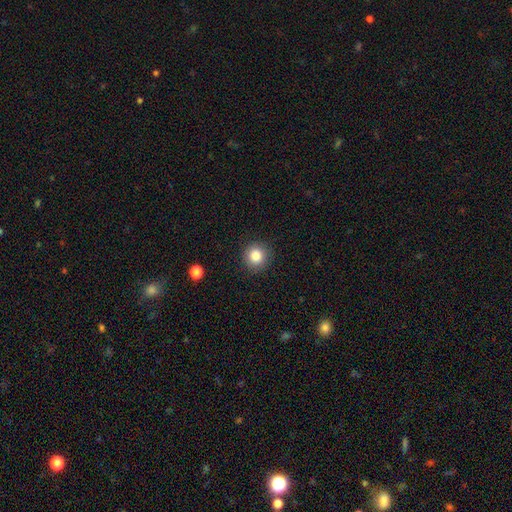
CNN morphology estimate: A smooth galaxy with no disk features (85%) that is round (93%).

Vote fractions:
- Smooth or featured? smooth: 85% / star or artifact: 10% / featured or disk: 5%
- How rounded? round: 93% / in between: 6% / cigar-shaped: 1%
- Merging? none: 90% / minor disturbance: 7% / major disturbance: 2% / merger: 1%